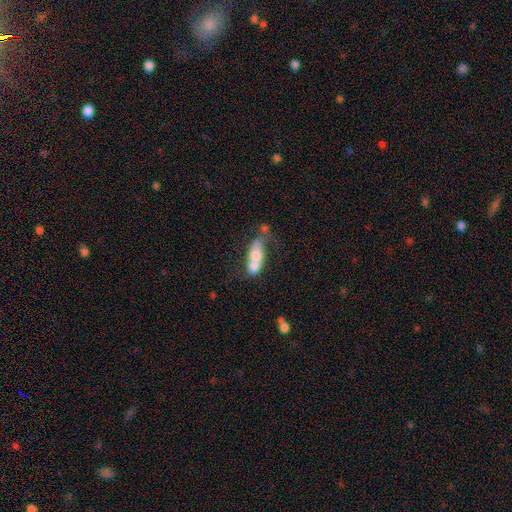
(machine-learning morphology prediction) This appears to be a smooth galaxy with no disk features (58%) that is in between round and cigar-shaped (72%). Merging: merger (60%).